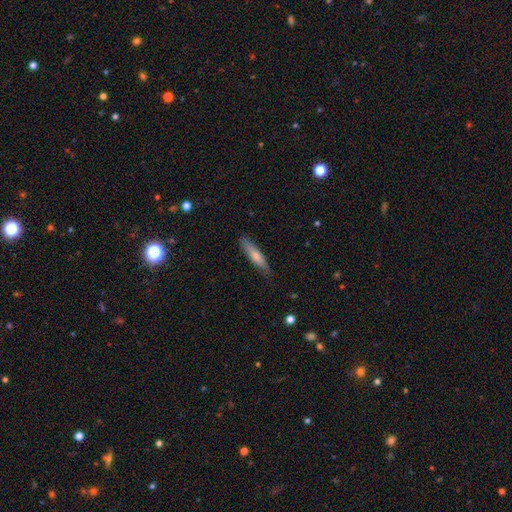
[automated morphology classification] The model was most divided on "smooth or featured": smooth: 69%, featured or disk: 25%, star or artifact: 6%. More confident: how rounded — cigar-shaped (83%); merging — none (81%).